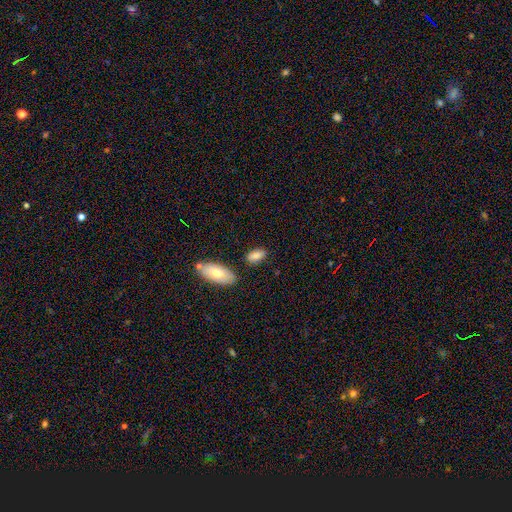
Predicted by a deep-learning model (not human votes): smooth 82%, featured or disk 10%, star or artifact 8%. Down the decision tree: how rounded — in between (90%); merging — none (78%).